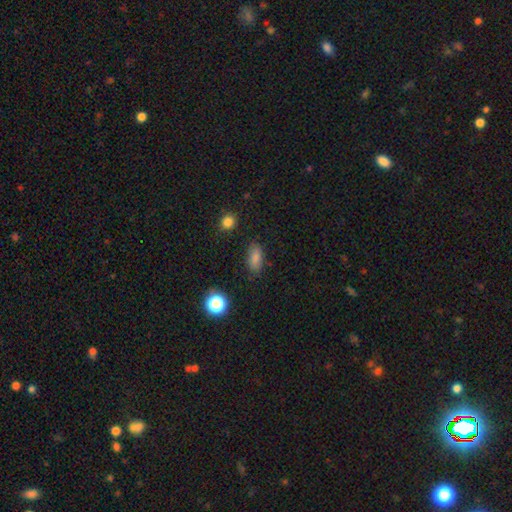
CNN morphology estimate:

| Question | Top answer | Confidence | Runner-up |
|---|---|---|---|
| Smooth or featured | smooth | 80% | star or artifact (13%) |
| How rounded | in between | 82% | cigar-shaped (9%) |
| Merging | none | 85% | minor disturbance (11%) |